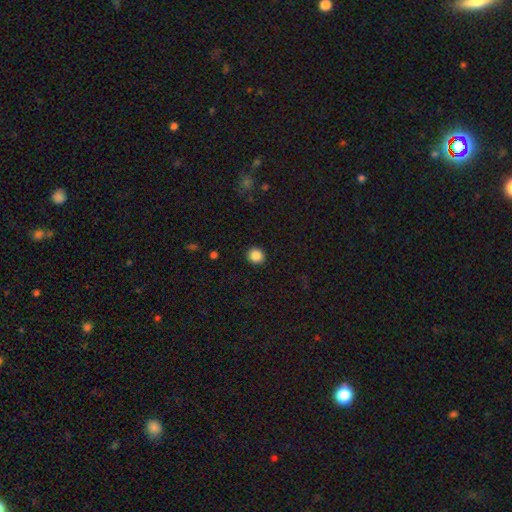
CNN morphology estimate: This is clearly a smooth galaxy (86%). How rounded: clearly round (90%). Merging: clearly none (92%).